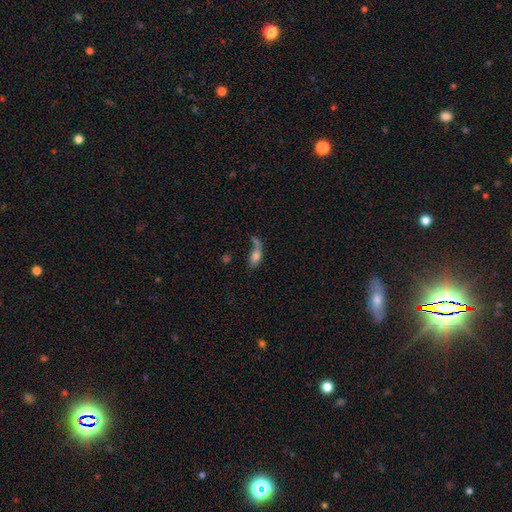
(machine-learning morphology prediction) Smooth or featured?
  - smooth: 66% *
  - featured or disk: 24%
  - star or artifact: 11%
How rounded?
  - in between: 78% *
  - cigar-shaped: 14%
  - round: 8%
Merging?
  - major disturbance: 31% *
  - none: 29%
  - merger: 22%
  - minor disturbance: 18%